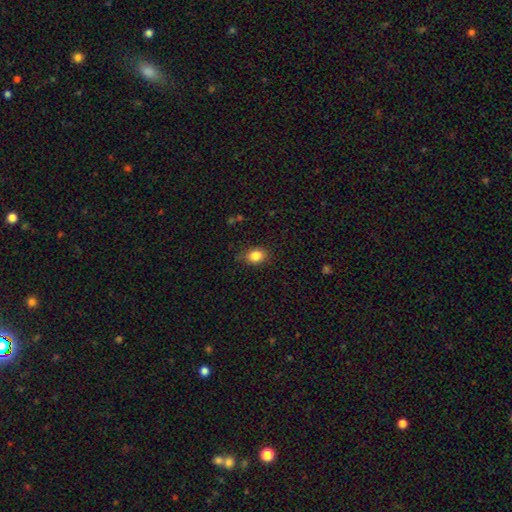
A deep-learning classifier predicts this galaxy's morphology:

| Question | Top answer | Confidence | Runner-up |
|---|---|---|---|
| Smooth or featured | smooth | 85% | star or artifact (10%) |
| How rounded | in between | 55% | round (44%) |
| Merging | none | 77% | minor disturbance (18%) |